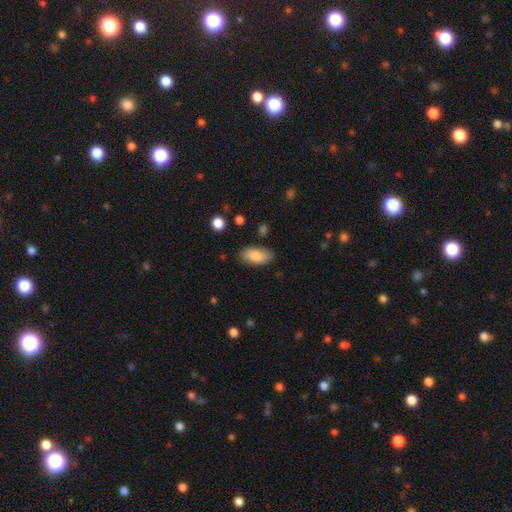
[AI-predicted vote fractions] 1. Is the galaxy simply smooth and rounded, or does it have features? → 85% smooth, 8% featured or disk, 7% star or artifact.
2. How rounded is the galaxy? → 91% in between, 7% cigar-shaped, 3% round.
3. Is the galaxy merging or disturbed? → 83% none, 12% minor disturbance, 3% major disturbance, 2% merger.